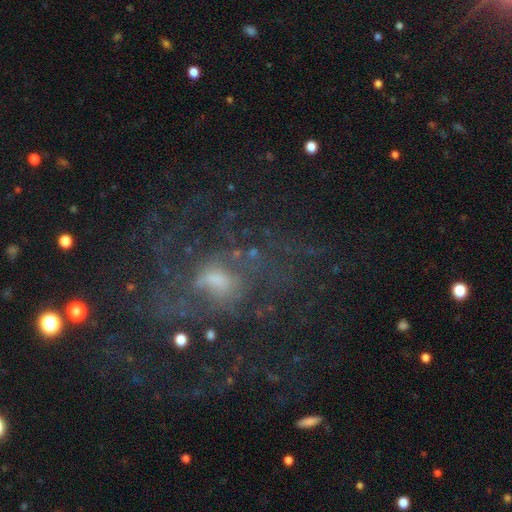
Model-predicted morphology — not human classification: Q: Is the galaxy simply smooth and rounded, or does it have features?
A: featured or disk — 70%.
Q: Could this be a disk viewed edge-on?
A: no — 97%.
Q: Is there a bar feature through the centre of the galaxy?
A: no — 45%.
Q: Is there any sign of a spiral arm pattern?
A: yes — 82%.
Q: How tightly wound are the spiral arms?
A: medium — 42%.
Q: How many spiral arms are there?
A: can't tell — 39%.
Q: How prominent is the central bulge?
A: moderate — 43%.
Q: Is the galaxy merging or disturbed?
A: none — 56%.